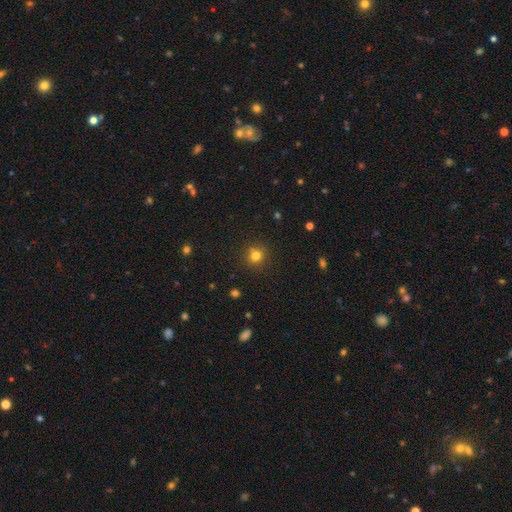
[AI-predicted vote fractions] Smooth or featured? Predicted: smooth (p=0.76). How rounded? Predicted: round (p=0.87). Merging? Predicted: none (p=0.78).